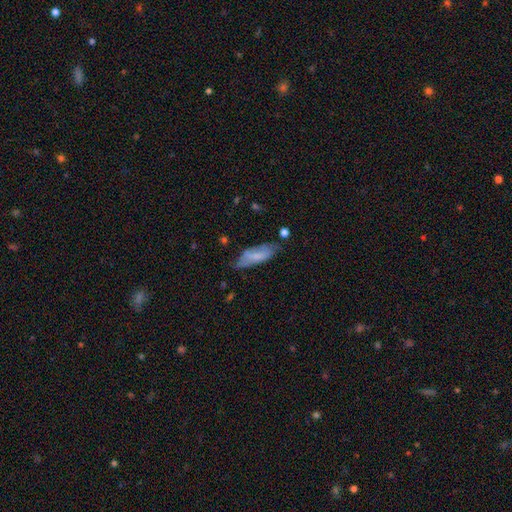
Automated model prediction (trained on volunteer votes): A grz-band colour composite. It shows a smooth galaxy with no disk features (62%) that is in between round and cigar-shaped (66%). Merging: none (54%).